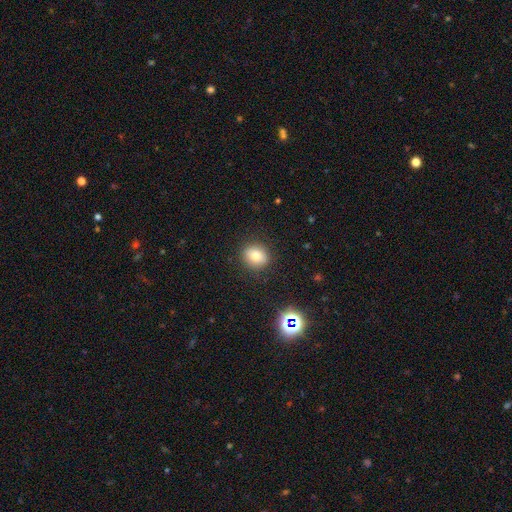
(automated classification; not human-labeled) Smooth or featured? Predicted: smooth (p=0.77). How rounded? Predicted: round (p=0.74). Merging? Predicted: none (p=0.88).